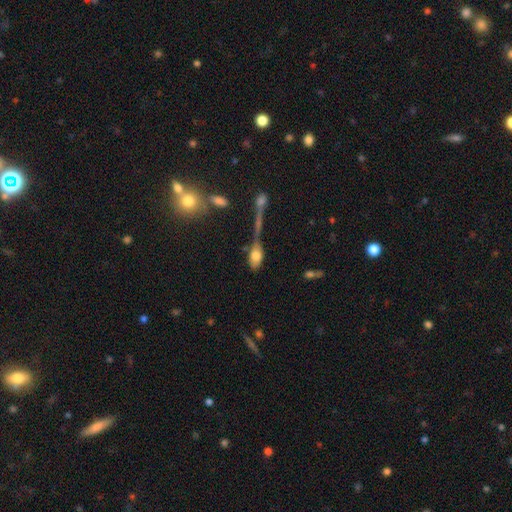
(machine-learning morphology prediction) The model was most divided on "merging": none: 37%, merger: 26%, minor disturbance: 21%, major disturbance: 15%. More confident: how rounded — in between (86%); smooth or featured — smooth (72%).